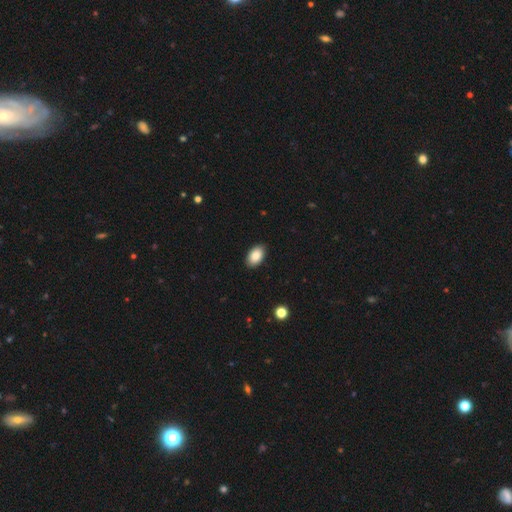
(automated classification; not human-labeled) Overall: smooth (87%). How rounded: in between (93%). Merging: none (90%).